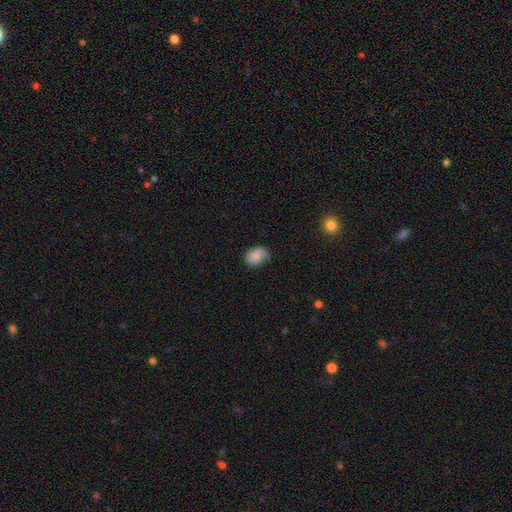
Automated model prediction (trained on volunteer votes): Smooth or featured: smooth — 77% (featured or disk — 15%)
How rounded: in between — 61% (round — 38%)
Merging: none — 52% (minor disturbance — 35%)